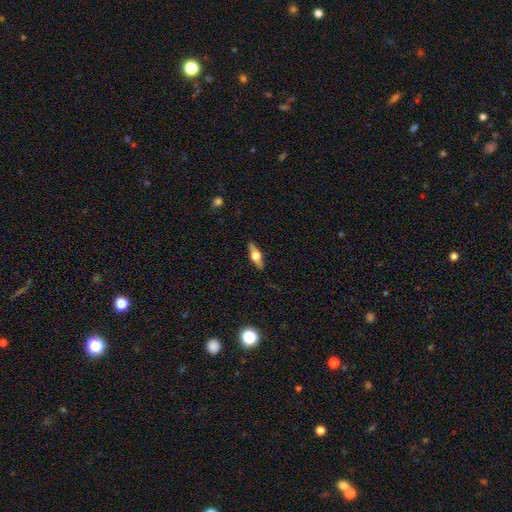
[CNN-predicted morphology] Q: Smooth or featured?
A: featured or disk (60%); runner-up: smooth (34%)
Q: Edge-on disk?
A: yes (93%); runner-up: no (7%)
Q: Edge-on bulge?
A: rounded (94%); runner-up: boxy (4%)
Q: Merging?
A: none (88%); runner-up: minor disturbance (9%)